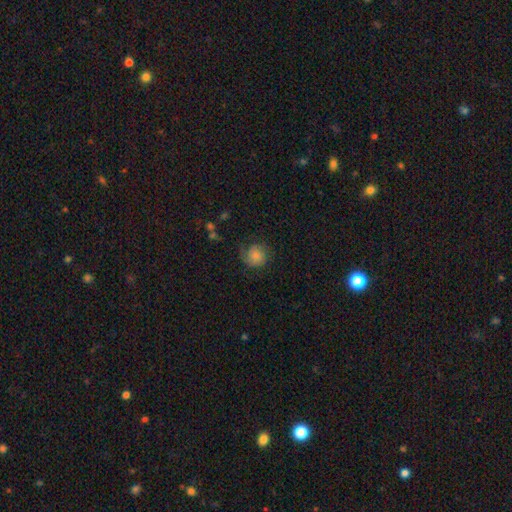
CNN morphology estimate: smooth_or_featured: smooth (p=0.72) [alt: featured or disk p=0.19]
how_rounded: round (p=0.86) [alt: in between p=0.13]
merging: none (p=0.60) [alt: minor disturbance p=0.24]